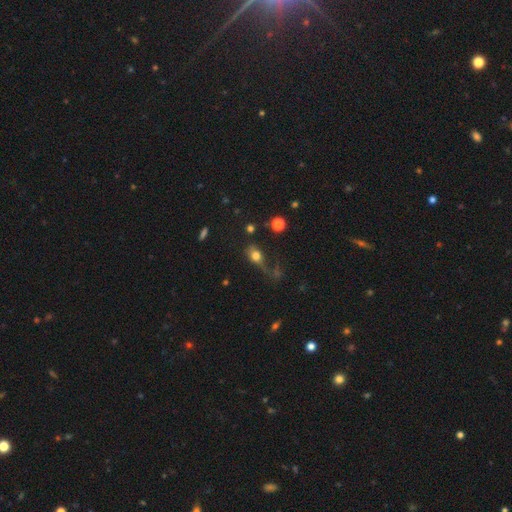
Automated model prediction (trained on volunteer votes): Morphology: type=smooth (73%); roundness=in between (64%); merging=none (38%).